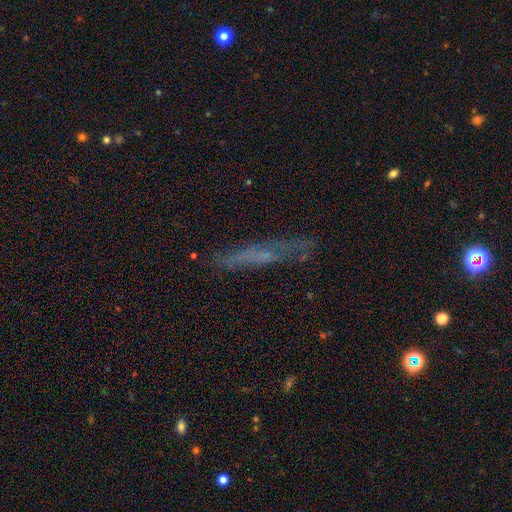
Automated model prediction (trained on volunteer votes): This is possibly a featured or disk galaxy (47%). Merging: likely none (76%).